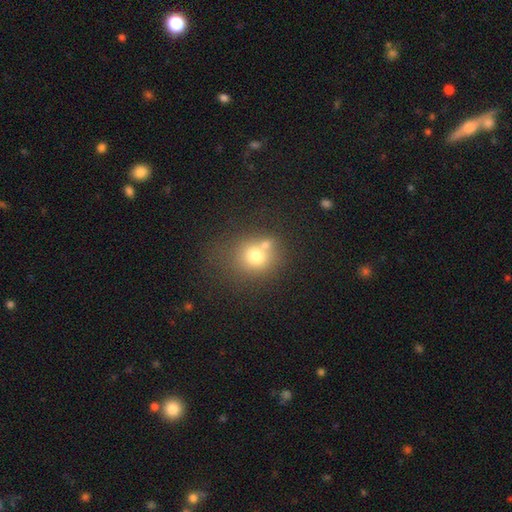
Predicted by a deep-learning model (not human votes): smooth-or-featured: smooth: 72% | featured or disk: 15% | star or artifact: 13%
  how-rounded: round: 75% | in between: 24% | cigar-shaped: 1%
  merging: none: 48% | merger: 33% | minor disturbance: 13% | major disturbance: 6%